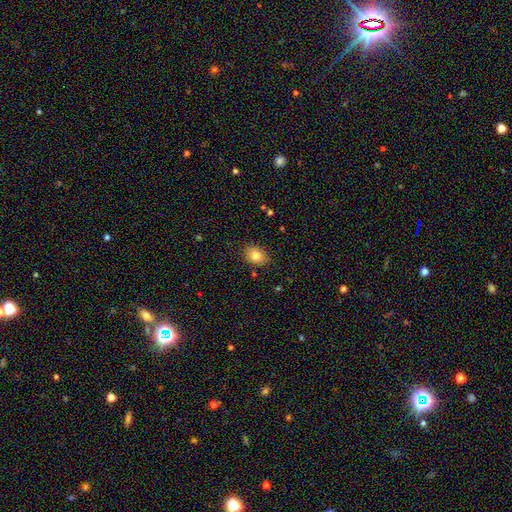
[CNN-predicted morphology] A smooth galaxy with no disk features (80%) that is in between round and cigar-shaped (63%). Merging: none (82%).